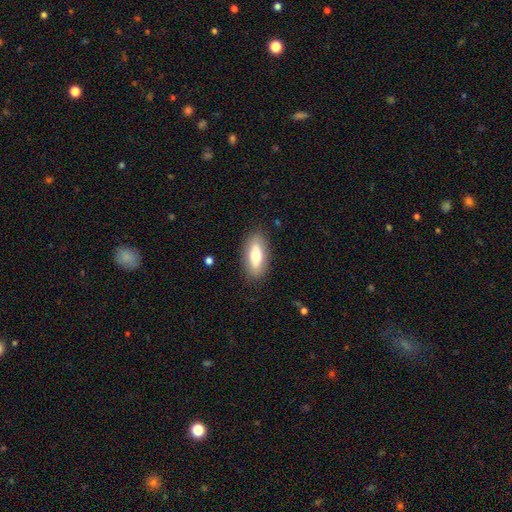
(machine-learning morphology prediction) This appears to be a smooth galaxy with no disk features (70%) that is in between round and cigar-shaped (84%). Merging: none (85%).